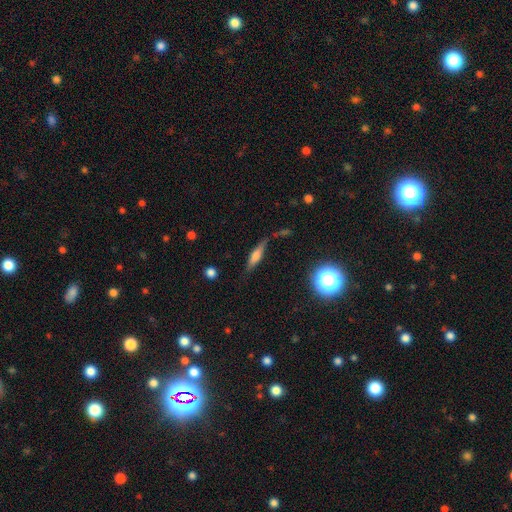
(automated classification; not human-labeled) This appears to be a featured or disk galaxy (45%, tied with smooth). Merging: none (70%).